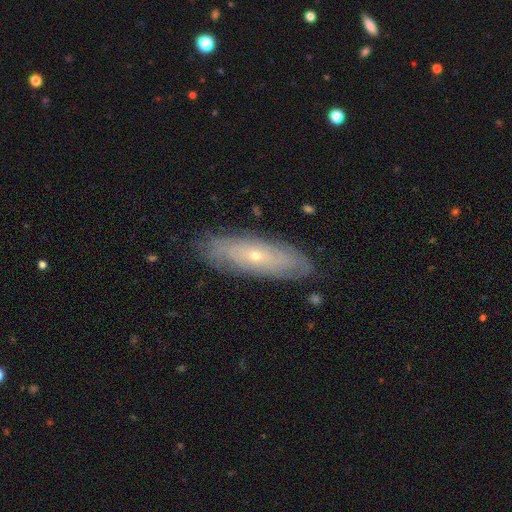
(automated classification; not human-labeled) Smooth or featured?
  - featured or disk: 65% *
  - smooth: 29%
  - star or artifact: 7%
Edge-on disk?
  - no: 74% *
  - yes: 26%
Merging?
  - none: 81% *
  - minor disturbance: 14%
  - major disturbance: 3%
  - merger: 1%